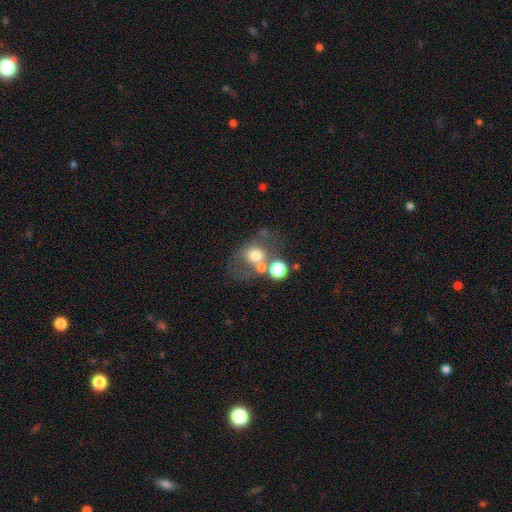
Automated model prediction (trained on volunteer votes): Overall: smooth (61%; featured or disk 25%). How rounded: round (63%; in between 36%). Merging: none (41%; merger 34%).